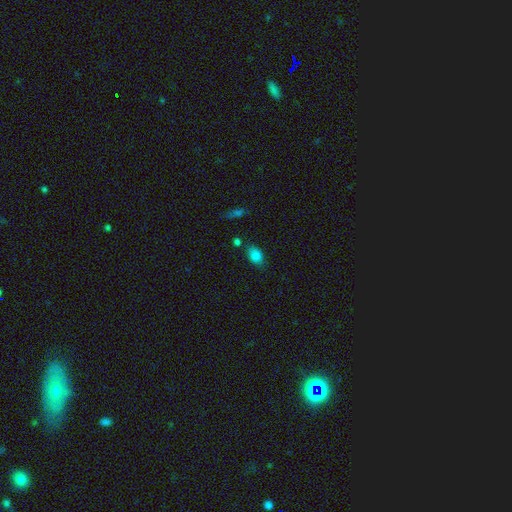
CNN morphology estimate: Smooth or featured? Predicted: smooth (p=0.82). How rounded? Predicted: in between (p=0.80). Merging? Predicted: none (p=0.73).